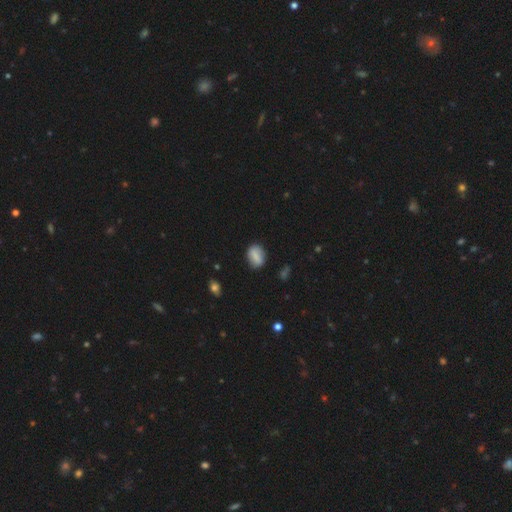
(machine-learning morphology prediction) This appears to be a smooth galaxy with no disk features (75%) that is in between round and cigar-shaped (70%). Merging: none (82%).